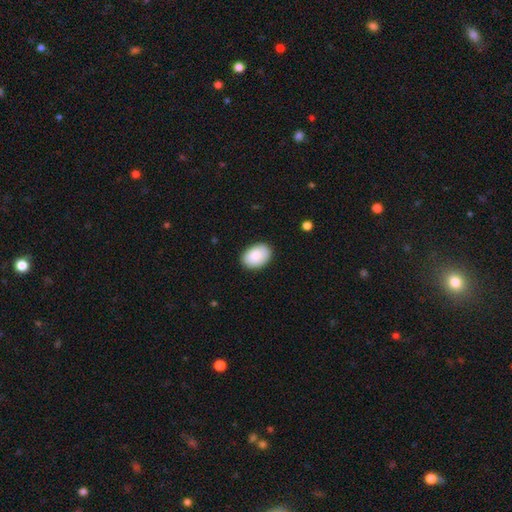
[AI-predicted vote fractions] Smooth or featured? Predicted: smooth (p=0.88). How rounded? Predicted: in between (p=0.84). Merging? Predicted: none (p=0.86).